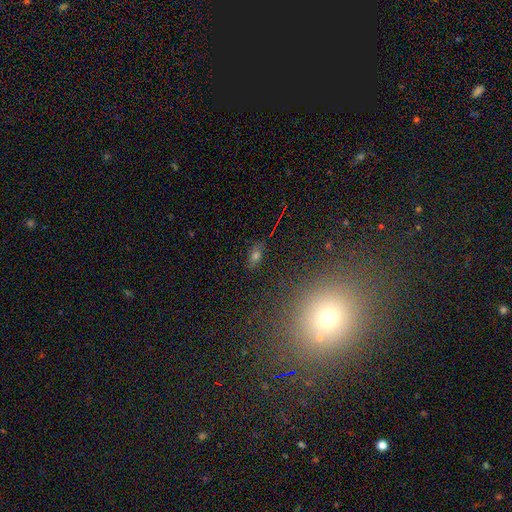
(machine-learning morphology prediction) Smooth or featured: smooth — 52% (star or artifact — 29%)
How rounded: in between — 78% (round — 12%)
Merging: none — 77% (minor disturbance — 13%)